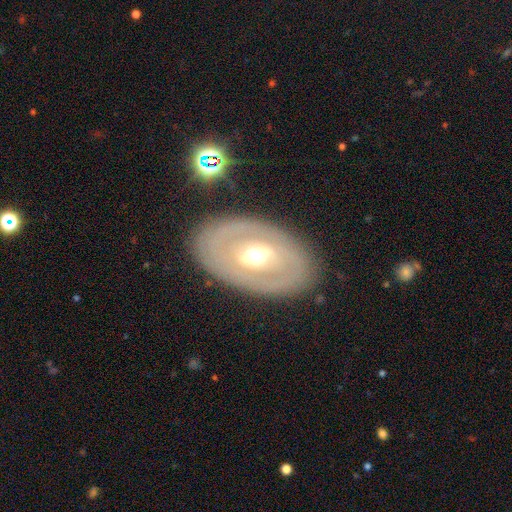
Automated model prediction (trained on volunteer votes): The model was most divided on "bar": no: 42%, weak: 35%, strong: 23%. More confident: edge-on disk — no (91%); merging — none (83%); spiral arms — no (72%); bulge size — moderate (71%); smooth or featured — featured or disk (66%).